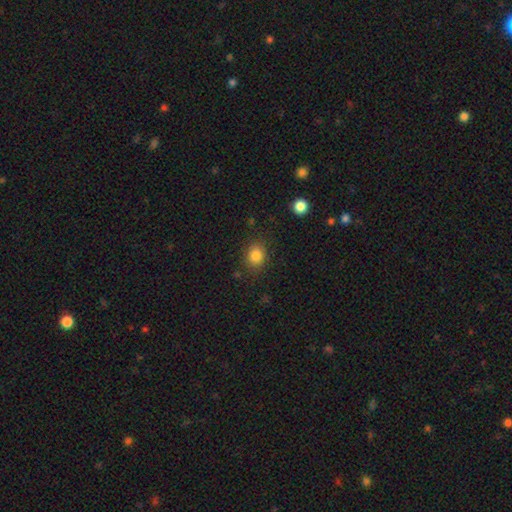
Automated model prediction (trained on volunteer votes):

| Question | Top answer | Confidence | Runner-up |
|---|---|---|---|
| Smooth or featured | smooth | 83% | star or artifact (11%) |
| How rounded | round | 62% | in between (37%) |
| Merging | none | 84% | minor disturbance (11%) |